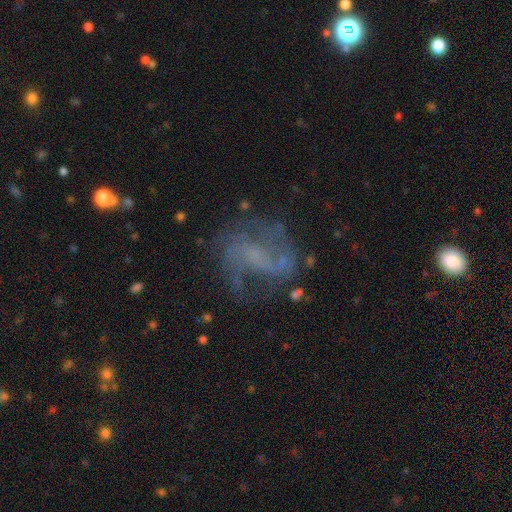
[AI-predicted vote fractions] Morphology: type=featured or disk (73%); edge-on=no (97%); bar=weak (44%); spiral arms=yes (85%); winding=loose (47%); arm count=2 (71%); bulge=none (50%); merging=none (61%).